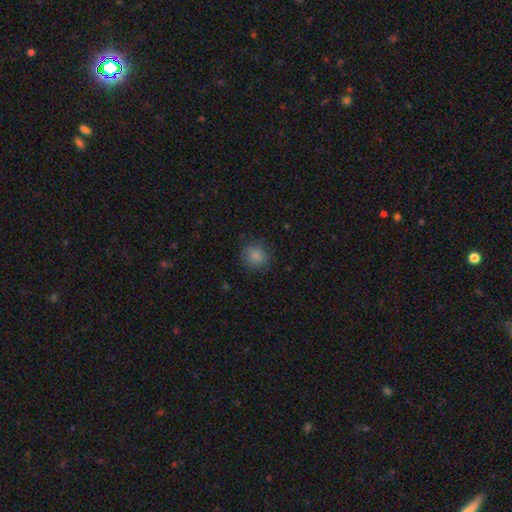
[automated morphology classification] A smooth galaxy with no disk features (85%) that is round (84%).

Vote fractions:
- Smooth or featured? smooth: 85% / star or artifact: 9% / featured or disk: 6%
- How rounded? round: 84% / in between: 15% / cigar-shaped: 1%
- Merging? none: 81% / minor disturbance: 14% / major disturbance: 4% / merger: 1%